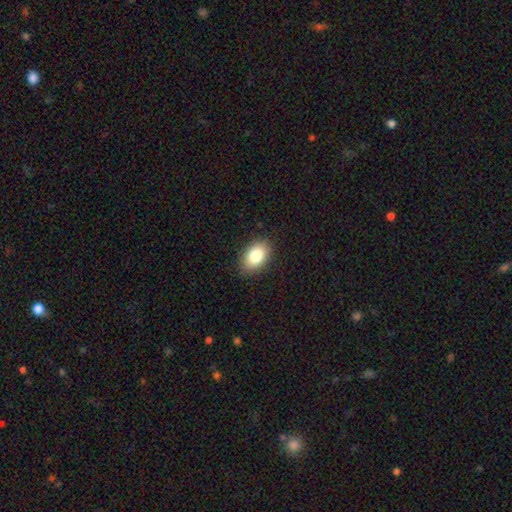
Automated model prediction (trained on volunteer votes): A smooth galaxy with no disk features (83%) that is in between round and cigar-shaped (89%). Merging: none (87%).